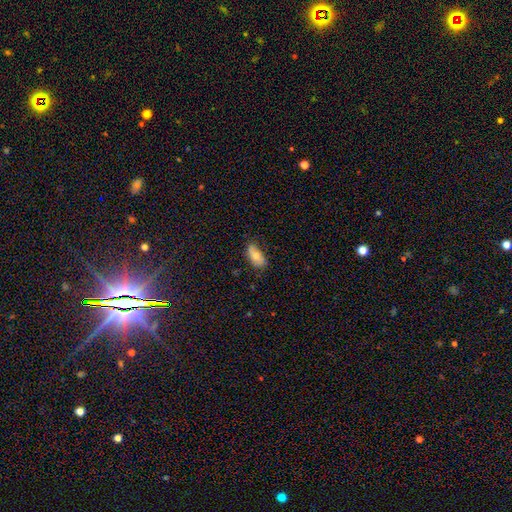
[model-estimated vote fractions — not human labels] A smooth galaxy with no disk features (71%) that is in between round and cigar-shaped (91%). Merging: none (74%).